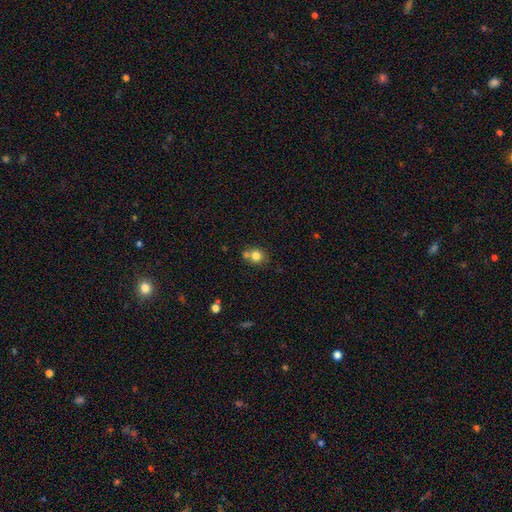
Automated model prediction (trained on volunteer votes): Overall: smooth (79%). How rounded: round (82%). Merging: none (55%; merger 32%).